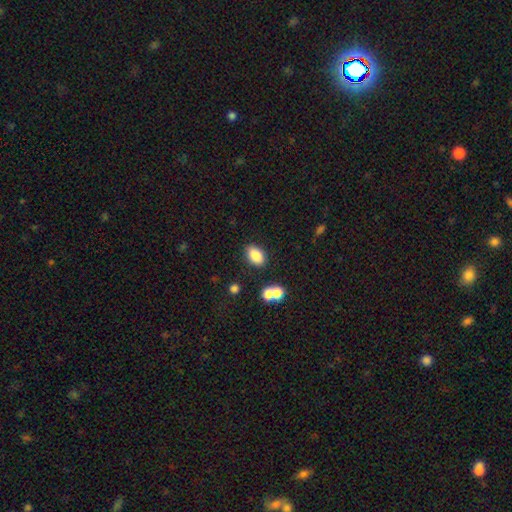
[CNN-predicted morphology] A smooth galaxy with no disk features (84%) that is in between round and cigar-shaped (87%). Merging: none (81%).